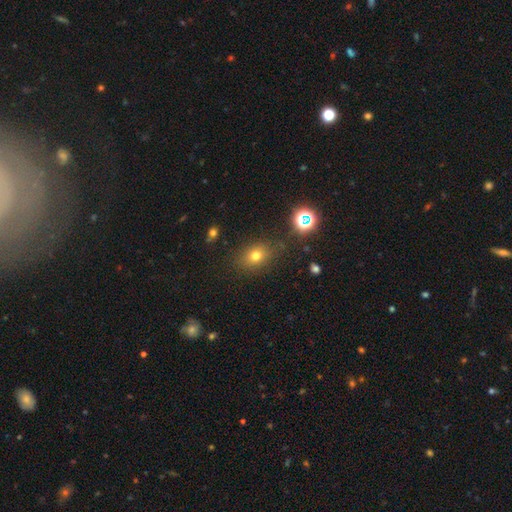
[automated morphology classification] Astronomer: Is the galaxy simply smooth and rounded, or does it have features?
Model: smooth — 71%.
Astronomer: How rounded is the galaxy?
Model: in between — 52% (runner-up: round, 47%).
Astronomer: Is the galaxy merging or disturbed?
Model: none — 80%.